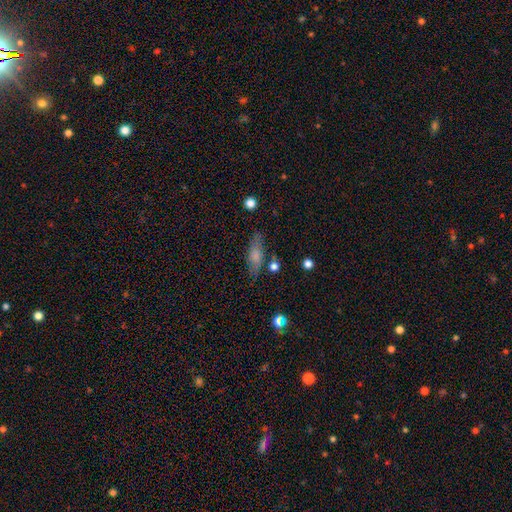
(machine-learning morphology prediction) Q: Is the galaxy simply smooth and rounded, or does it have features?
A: smooth — 68%.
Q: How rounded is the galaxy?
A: in between — 54%.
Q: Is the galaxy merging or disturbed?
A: none — 76%.